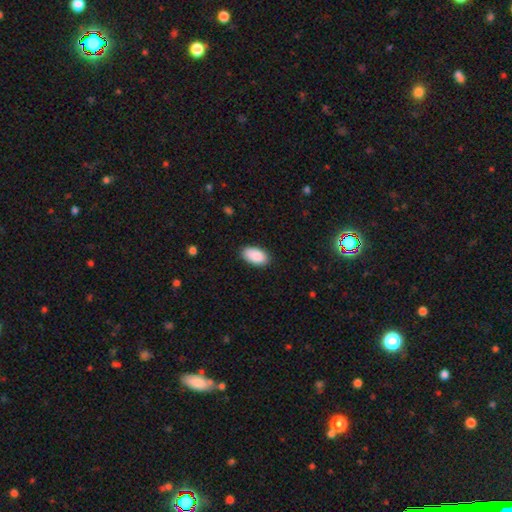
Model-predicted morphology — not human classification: A smooth galaxy with no disk features (90%) that is in between round and cigar-shaped (95%). Merging: none (87%).